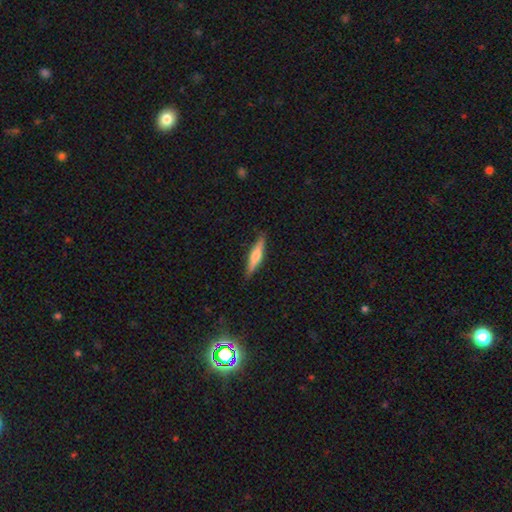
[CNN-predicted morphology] Smooth or featured: featured or disk — 50% (smooth — 44%)
Edge-on disk: yes — 96% (no — 4%)
Merging: none — 90% (minor disturbance — 8%)